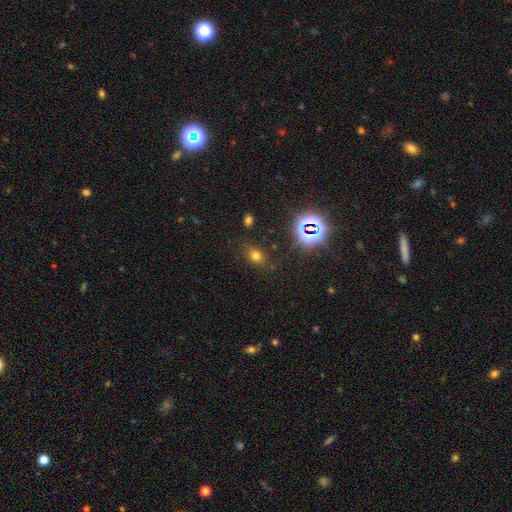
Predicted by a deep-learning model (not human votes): This appears to be a smooth galaxy with no disk features (65%) that is in between round and cigar-shaped (60%). Merging: none (79%).